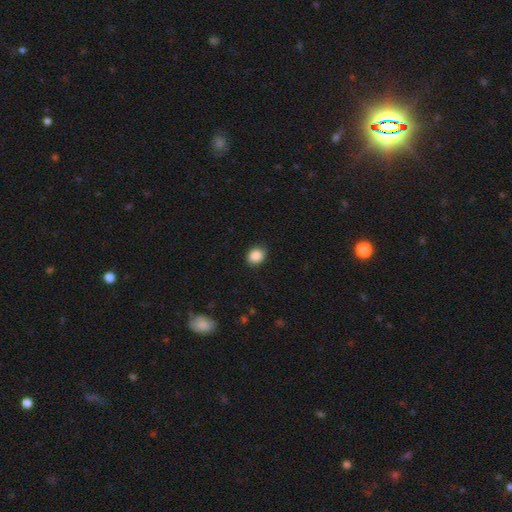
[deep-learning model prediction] This appears to be a smooth galaxy with no disk features (89%) that is round (57%). Merging: none (87%).